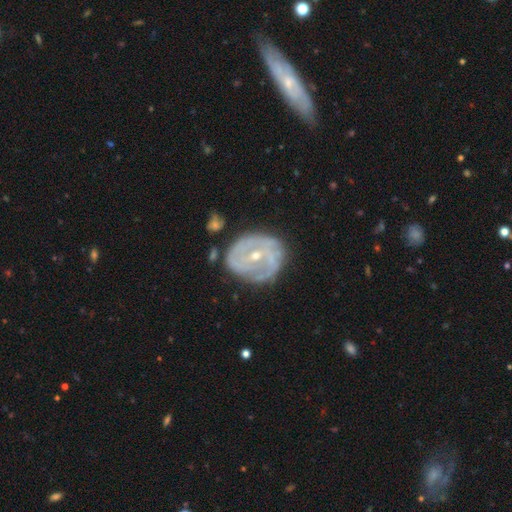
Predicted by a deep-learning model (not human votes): Smooth or featured?
  - featured or disk: 81% *
  - smooth: 12%
  - star or artifact: 7%
Edge-on disk?
  - no: 97% *
  - yes: 3%
Bar?
  - no: 41% *
  - weak: 40%
  - strong: 19%
Spiral arms?
  - yes: 85% *
  - no: 15%
Spiral winding?
  - tight: 59% *
  - medium: 30%
  - loose: 10%
Spiral arm count?
  - 2: 38% *
  - can't tell: 31%
  - 3: 17%
  - 1: 5%
  - 4: 5%
  - more than 4: 4%
Bulge size?
  - small: 62% *
  - moderate: 35%
  - large: 1%
  - none: 1%
  - dominant: 1%
Merging?
  - none: 65% *
  - minor disturbance: 22%
  - major disturbance: 8%
  - merger: 4%